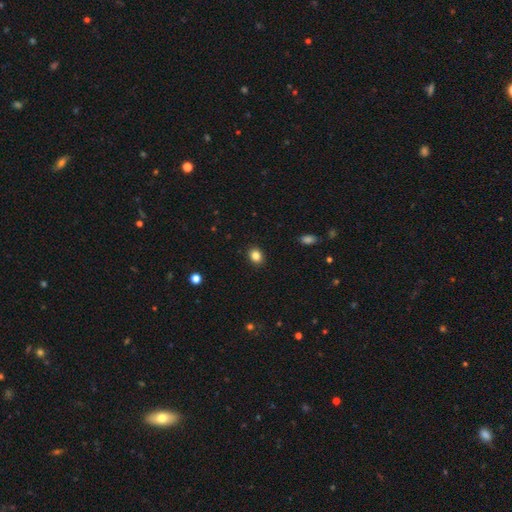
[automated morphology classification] Overall: smooth (84%). How rounded: round (56%; in between 44%). Merging: none (91%).